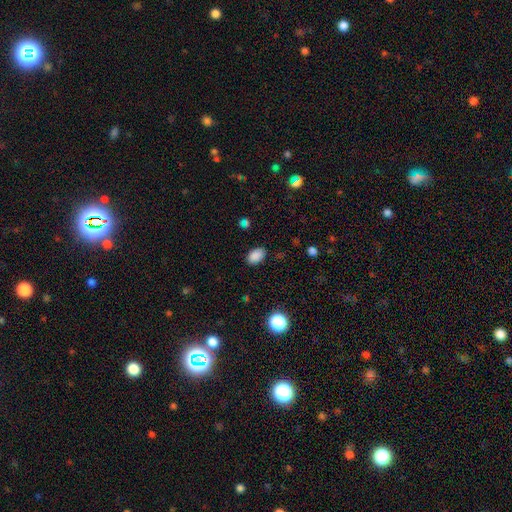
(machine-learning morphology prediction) smooth-or-featured: smooth: 87% | star or artifact: 10% | featured or disk: 4%
  how-rounded: in between: 87% | round: 12% | cigar-shaped: 1%
  merging: none: 85% | minor disturbance: 11% | major disturbance: 3% | merger: 1%